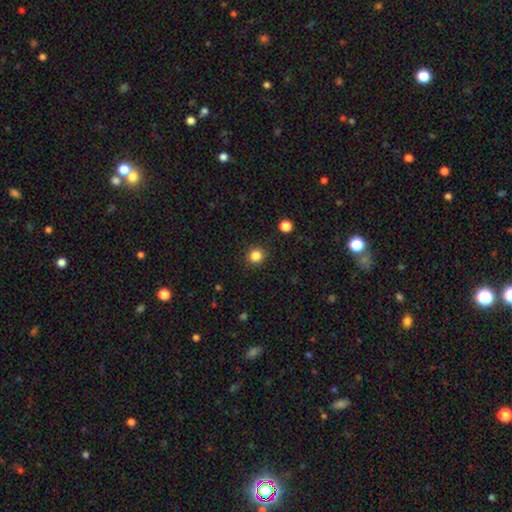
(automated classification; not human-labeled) Smooth or featured: smooth — 84% (star or artifact — 12%)
How rounded: round — 91% (in between — 8%)
Merging: none — 91% (minor disturbance — 6%)